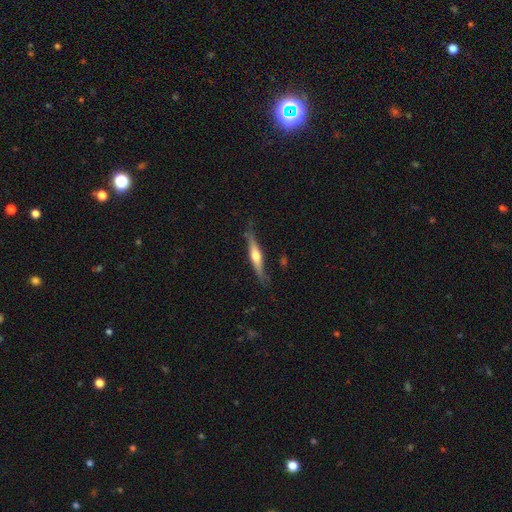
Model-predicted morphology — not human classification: smooth_or_featured: featured or disk (p=0.60) [alt: smooth p=0.35]
disk_edge_on: yes (p=0.95) [alt: no p=0.05]
edge_on_bulge: rounded (p=0.88) [alt: boxy p=0.06]
merging: none (p=0.77) [alt: minor disturbance p=0.18]